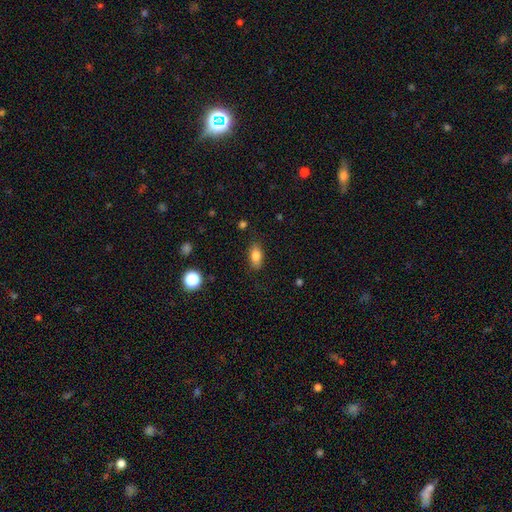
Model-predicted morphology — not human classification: Smooth or featured? smooth (81%)
How rounded? in between (86%)
Merging? none (85%)